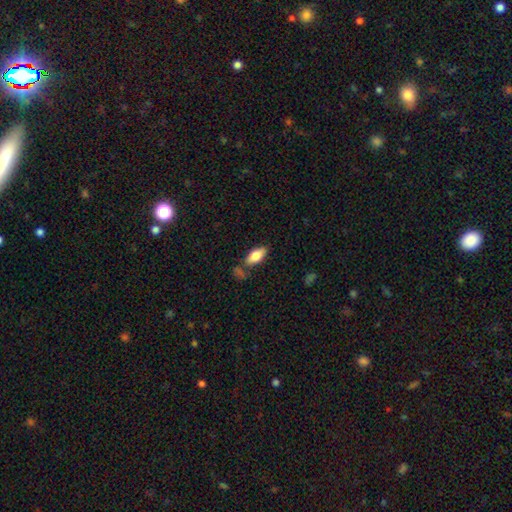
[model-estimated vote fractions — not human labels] A smooth galaxy with no disk features (77%) that is in between round and cigar-shaped (87%).

Vote fractions:
- Smooth or featured? smooth: 77% / featured or disk: 16% / star or artifact: 7%
- How rounded? in between: 87% / cigar-shaped: 11% / round: 3%
- Merging? none: 71% / minor disturbance: 17% / merger: 8% / major disturbance: 5%